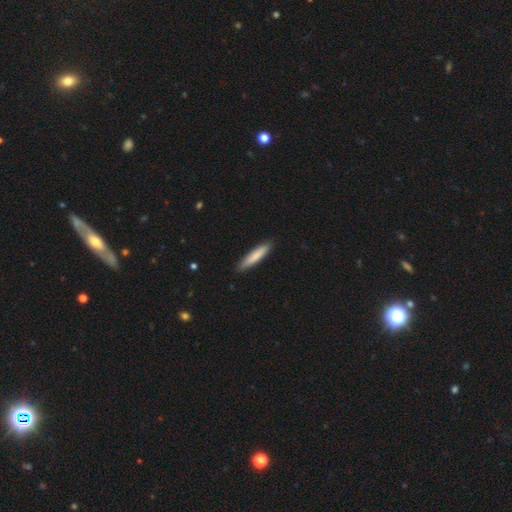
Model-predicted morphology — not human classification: smooth-or-featured: smooth: 80% | featured or disk: 15% | star or artifact: 5%
  how-rounded: cigar-shaped: 88% | in between: 11% | round: 1%
  merging: none: 88% | minor disturbance: 9% | major disturbance: 2% | merger: 1%